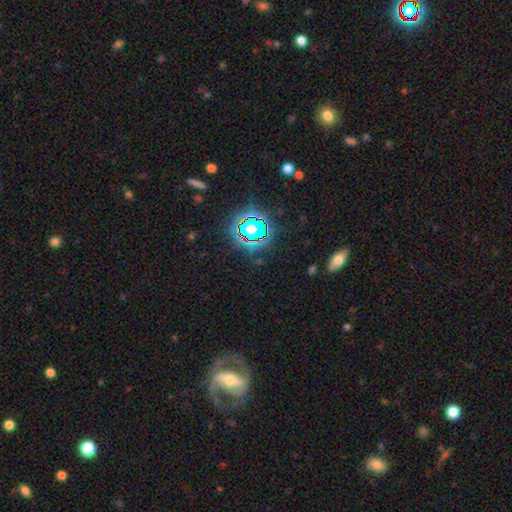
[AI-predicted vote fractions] Smooth or featured?
  - star or artifact: 60% *
  - featured or disk: 22%
  - smooth: 18%